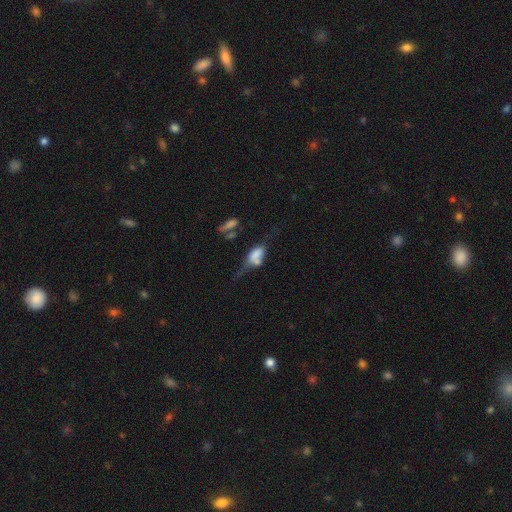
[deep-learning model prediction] Smooth or featured? smooth (56%)
How rounded? in between (83%)
Merging? major disturbance (31%)